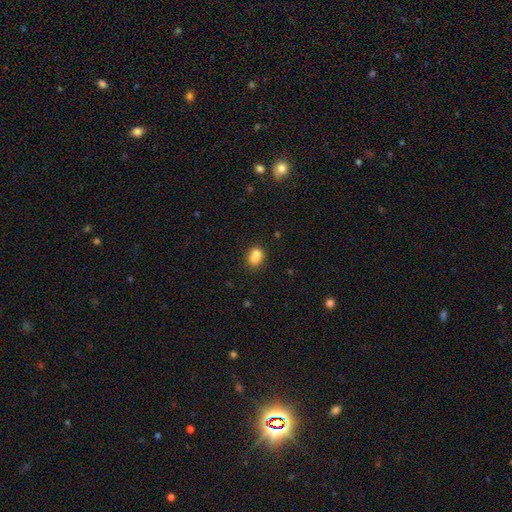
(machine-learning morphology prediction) Smooth or featured?
  - smooth: 73% *
  - featured or disk: 16%
  - star or artifact: 11%
How rounded?
  - round: 51% *
  - in between: 47%
  - cigar-shaped: 2%
Merging?
  - merger: 48% *
  - none: 36%
  - minor disturbance: 11%
  - major disturbance: 4%